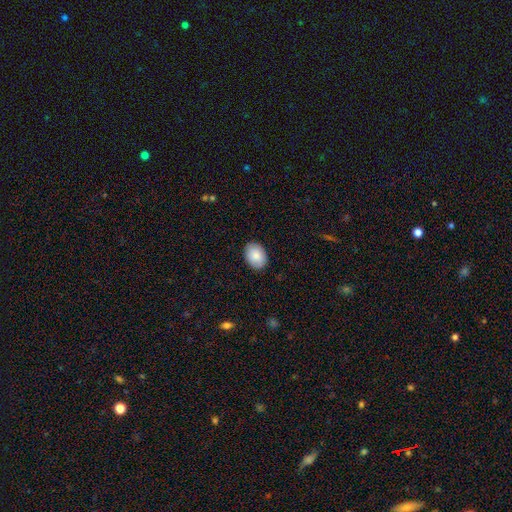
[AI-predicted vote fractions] Q: Smooth or featured?
A: smooth (87%); runner-up: featured or disk (7%)
Q: How rounded?
A: in between (80%); runner-up: round (19%)
Q: Merging?
A: none (88%); runner-up: minor disturbance (9%)